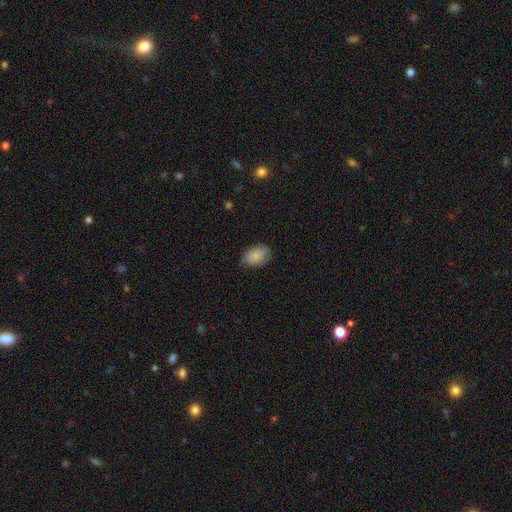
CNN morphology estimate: Overall: smooth (85%). How rounded: in between (84%). Merging: none (75%).